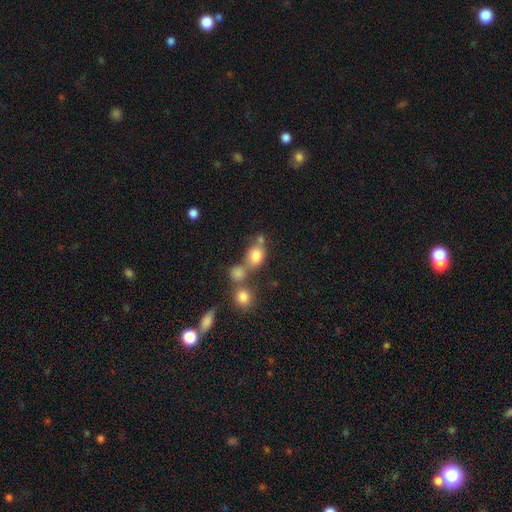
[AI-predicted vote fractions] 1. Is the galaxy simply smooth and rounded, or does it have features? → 79% smooth, 11% star or artifact, 10% featured or disk.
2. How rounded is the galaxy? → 50% in between, 48% round, 2% cigar-shaped.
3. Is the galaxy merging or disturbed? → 42% none, 40% merger, 11% minor disturbance, 6% major disturbance.